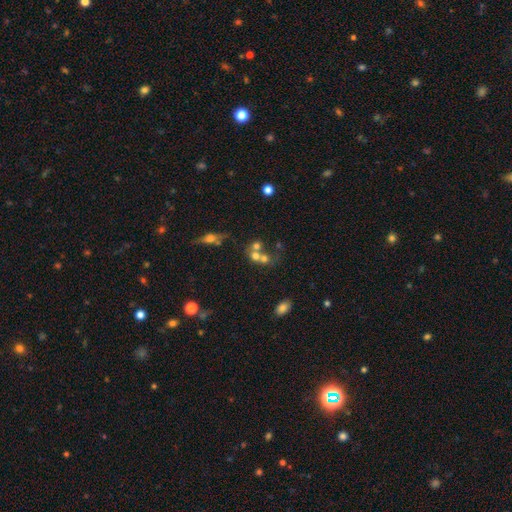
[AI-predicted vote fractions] This appears to be a smooth galaxy with no disk features (57%) that is round (71%). Merging: merger (61%).